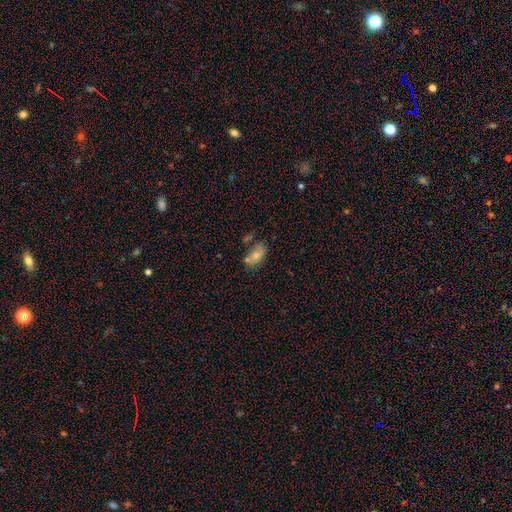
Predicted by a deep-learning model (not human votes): smooth_or_featured: smooth (p=0.67) [alt: featured or disk p=0.23]
how_rounded: in between (p=0.89) [alt: round p=0.09]
merging: none (p=0.49) [alt: minor disturbance p=0.24]